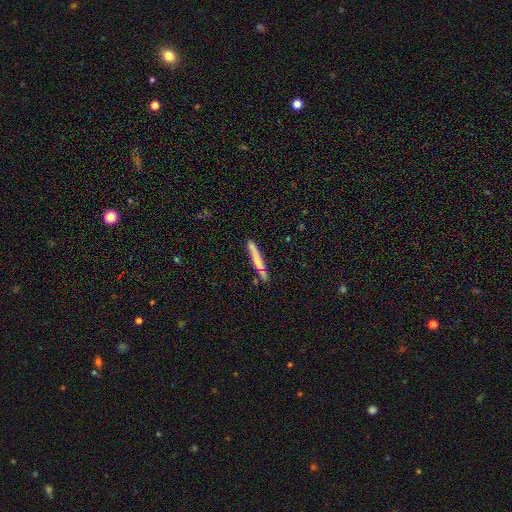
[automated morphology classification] A smooth galaxy with no disk features (63%) that is cigar-shaped (95%).

Vote fractions:
- Smooth or featured? smooth: 63% / featured or disk: 29% / star or artifact: 8%
- How rounded? cigar-shaped: 95% / in between: 3% / round: 2%
- Merging? none: 81% / minor disturbance: 12% / merger: 5% / major disturbance: 2%